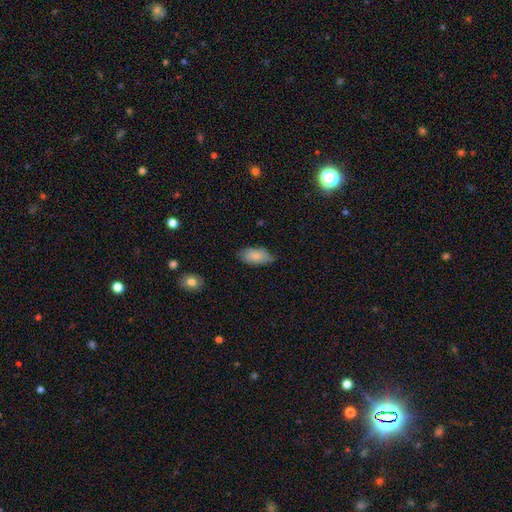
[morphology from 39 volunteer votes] This is likely a smooth galaxy (74%). How rounded: clearly in between (97%). Merging: possibly none (53%).